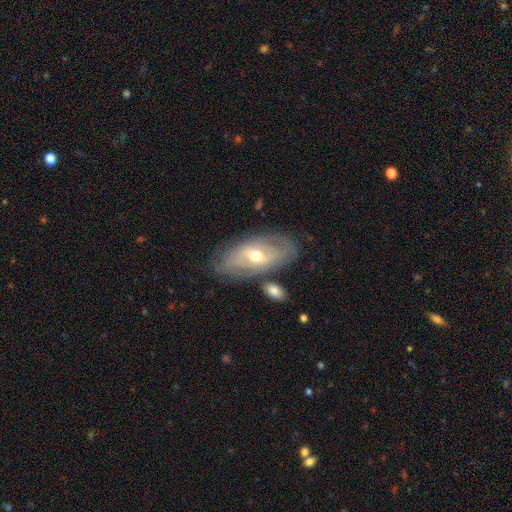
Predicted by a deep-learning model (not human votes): Smooth or featured? Predicted: featured or disk (p=0.70). Edge-on disk? Predicted: no (p=0.88). Bar? Predicted: no (p=0.44). Spiral arms? Predicted: yes (p=0.61). Bulge size? Predicted: moderate (p=0.68). Merging? Predicted: none (p=0.71).